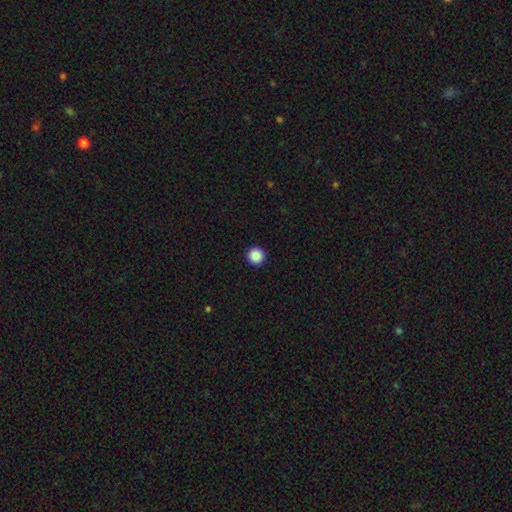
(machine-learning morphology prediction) Smooth or featured: smooth — 89% (star or artifact — 9%)
How rounded: round — 96% (in between — 3%)
Merging: none — 94% (minor disturbance — 4%)